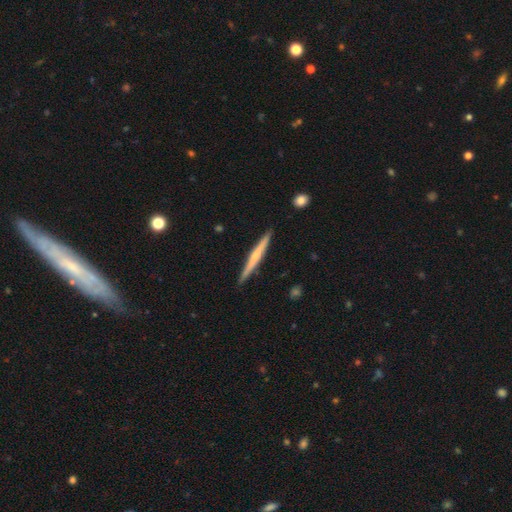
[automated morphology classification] The model was most divided on "edge-on bulge": none: 49%, rounded: 43%, boxy: 8%. More confident: edge-on disk — yes (97%); merging — none (90%); smooth or featured — featured or disk (54%).